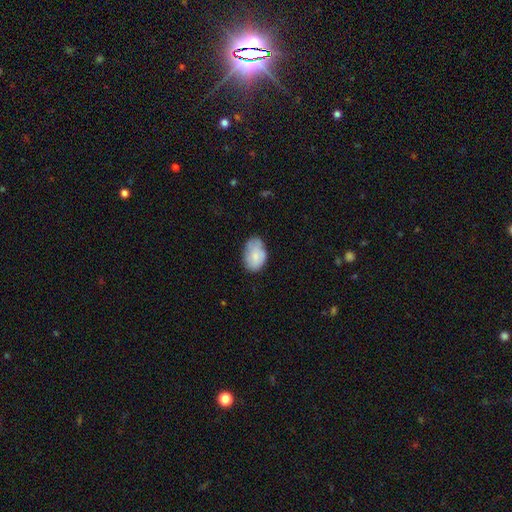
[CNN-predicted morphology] smooth-or-featured: smooth: 74% | featured or disk: 20% | star or artifact: 7%
  how-rounded: in between: 86% | round: 13% | cigar-shaped: 1%
  merging: none: 62% | minor disturbance: 30% | major disturbance: 7% | merger: 2%